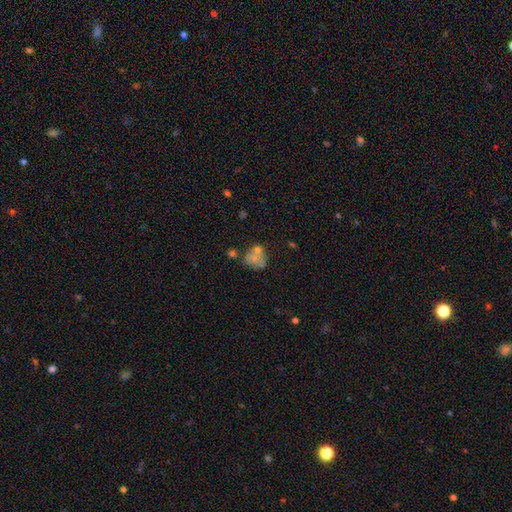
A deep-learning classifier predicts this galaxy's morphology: smooth-or-featured: smooth: 61% | featured or disk: 24% | star or artifact: 14%
  how-rounded: round: 57% | in between: 42% | cigar-shaped: 1%
  merging: none: 37% | merger: 29% | minor disturbance: 19% | major disturbance: 15%